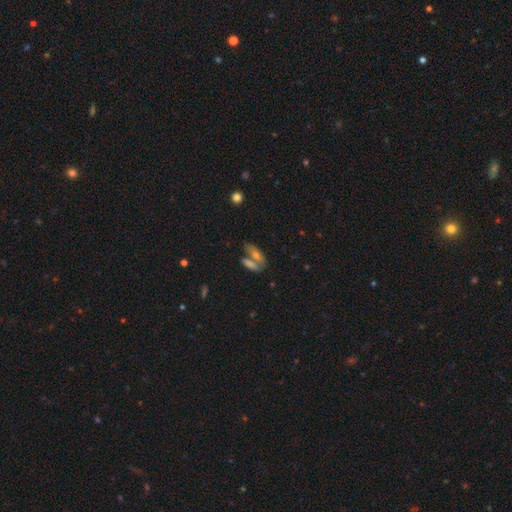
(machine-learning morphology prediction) smooth-or-featured: smooth: 53% | featured or disk: 33% | star or artifact: 14%
  how-rounded: in between: 64% | cigar-shaped: 27% | round: 9%
  merging: merger: 45% | none: 39% | minor disturbance: 10% | major disturbance: 6%